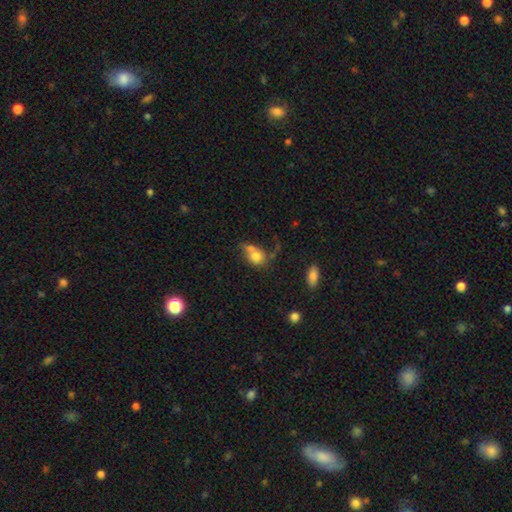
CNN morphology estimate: Smooth or featured: smooth — 75% (featured or disk — 15%)
How rounded: round — 51% (in between — 47%)
Merging: merger — 37% (none — 32%)